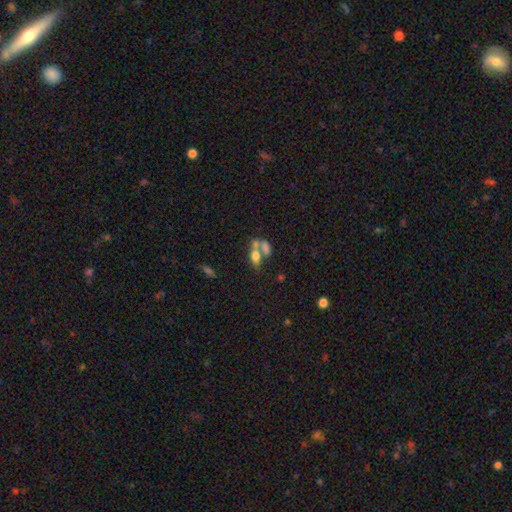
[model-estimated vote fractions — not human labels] Smooth or featured: smooth — 67% (featured or disk — 21%)
How rounded: in between — 82% (round — 12%)
Merging: merger — 54% (none — 29%)